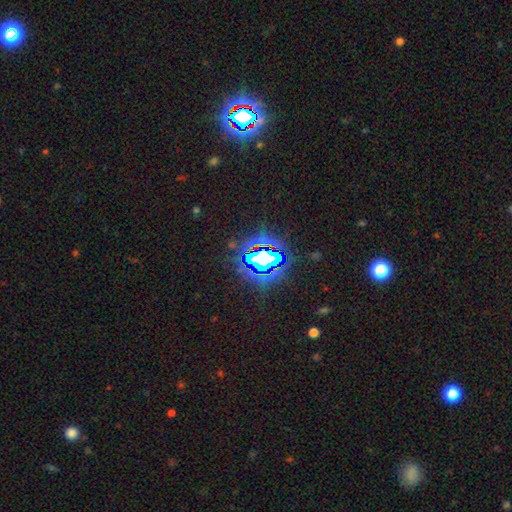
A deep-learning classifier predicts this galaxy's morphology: Smooth or featured?
  - star or artifact: 82% *
  - smooth: 11%
  - featured or disk: 7%